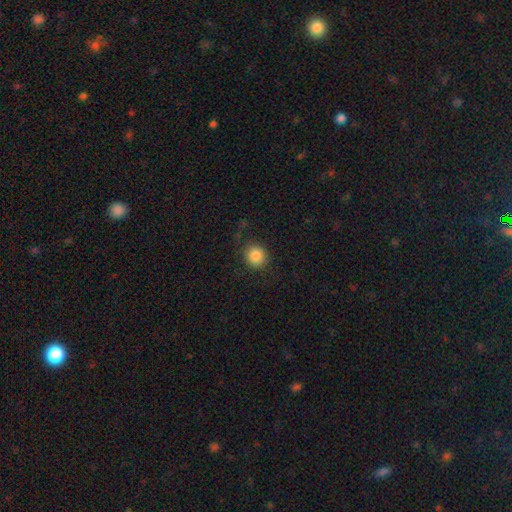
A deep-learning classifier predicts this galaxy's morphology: type=smooth (86%); roundness=round (87%); merging=none (86%).